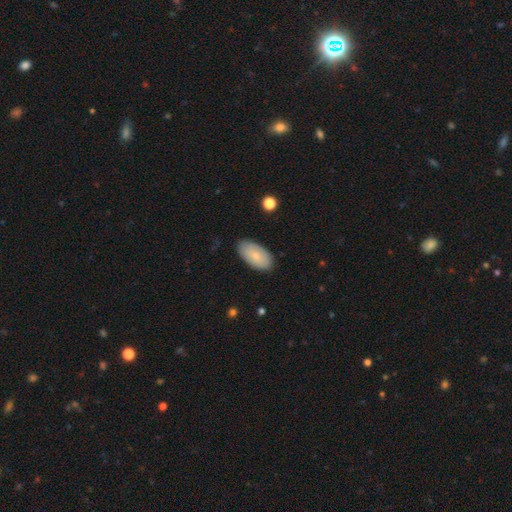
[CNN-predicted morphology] smooth-or-featured: smooth: 77% | featured or disk: 17% | star or artifact: 6%
  how-rounded: in between: 95% | round: 3% | cigar-shaped: 2%
  merging: none: 84% | minor disturbance: 12% | major disturbance: 2% | merger: 1%